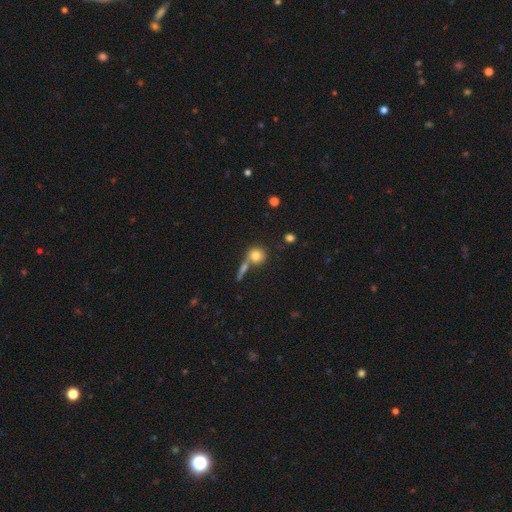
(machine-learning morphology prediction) smooth_or_featured: smooth (p=0.77) [alt: featured or disk p=0.13]
how_rounded: round (p=0.86) [alt: in between p=0.11]
merging: none (p=0.58) [alt: merger p=0.27]